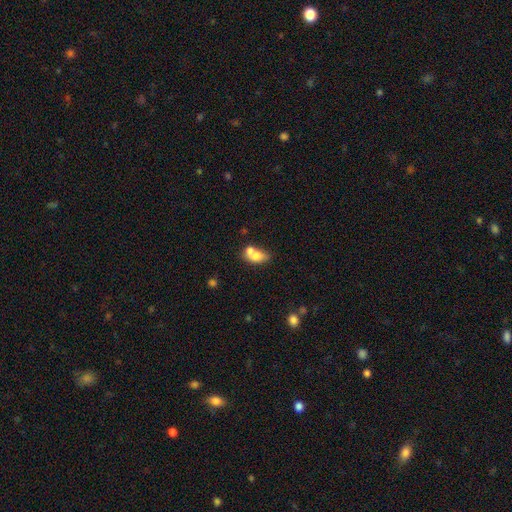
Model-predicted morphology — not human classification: The model was most divided on "merging": merger: 56%, none: 26%, minor disturbance: 12%, major disturbance: 6%. More confident: how rounded — in between (79%); smooth or featured — smooth (72%).